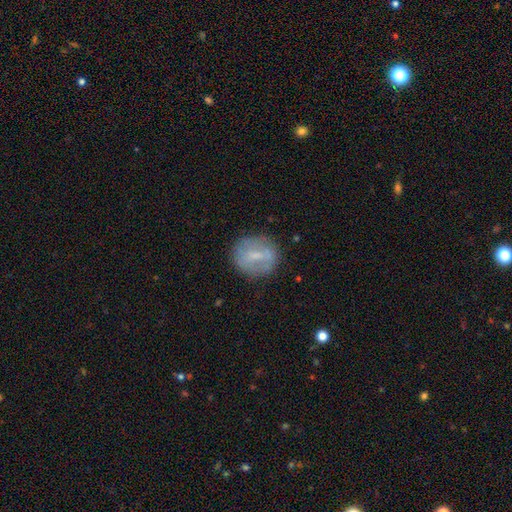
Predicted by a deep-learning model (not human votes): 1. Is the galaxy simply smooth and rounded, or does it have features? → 47% smooth, 45% featured or disk, 9% star or artifact.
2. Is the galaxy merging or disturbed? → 75% none, 16% minor disturbance, 7% major disturbance, 2% merger.